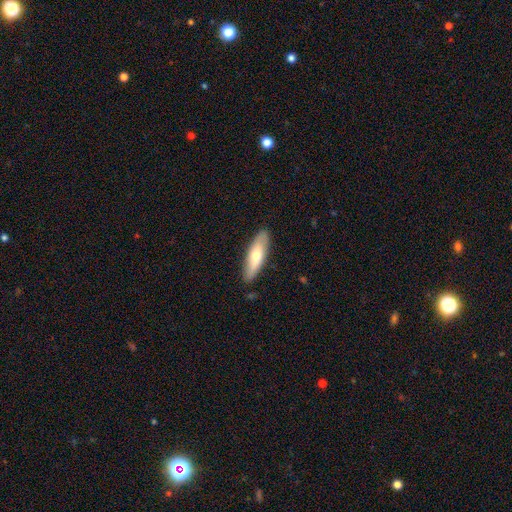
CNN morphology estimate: Smooth or featured: smooth — 63% (featured or disk — 31%)
How rounded: cigar-shaped — 56% (in between — 42%)
Merging: none — 87% (minor disturbance — 10%)